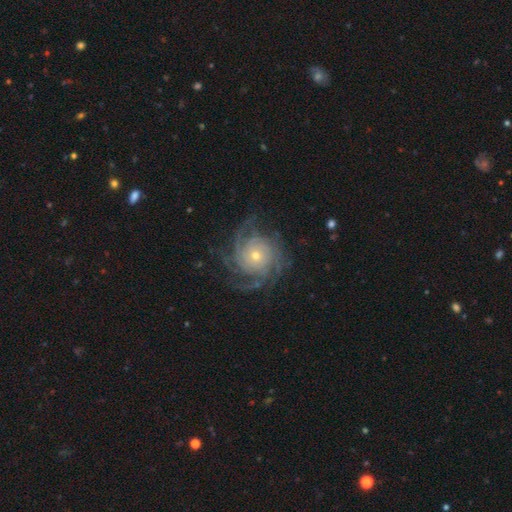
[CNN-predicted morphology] Smooth or featured: featured or disk — 89% (star or artifact — 6%)
Edge-on disk: no — 97% (yes — 3%)
Bar: no — 80% (weak — 15%)
Spiral arms: yes — 98% (no — 2%)
Spiral winding: tight — 68% (medium — 26%)
Spiral arm count: 4 — 29% (can't tell — 19%)
Bulge size: small — 63% (moderate — 32%)
Merging: none — 76% (minor disturbance — 14%)